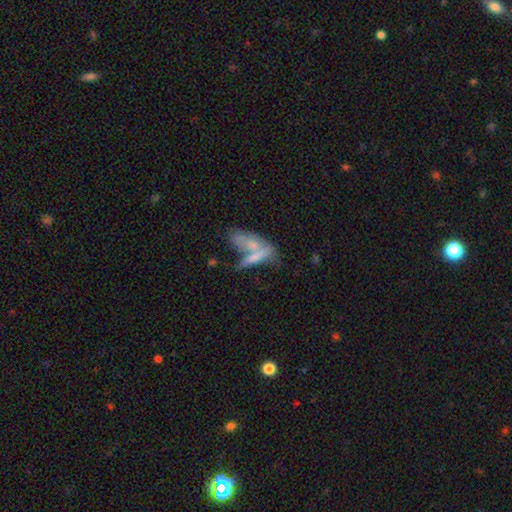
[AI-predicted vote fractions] This is possibly a smooth galaxy (56%). How rounded: possibly in between (49%). Merging: possibly merger (52%).